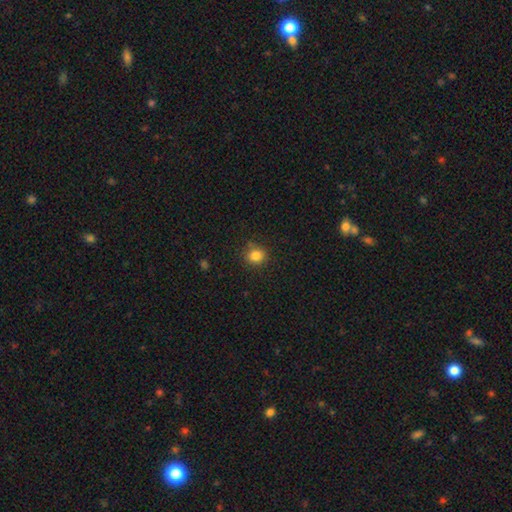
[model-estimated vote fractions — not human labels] Q: Smooth or featured?
A: smooth (84%); runner-up: star or artifact (12%)
Q: How rounded?
A: round (82%); runner-up: in between (17%)
Q: Merging?
A: none (83%); runner-up: minor disturbance (12%)